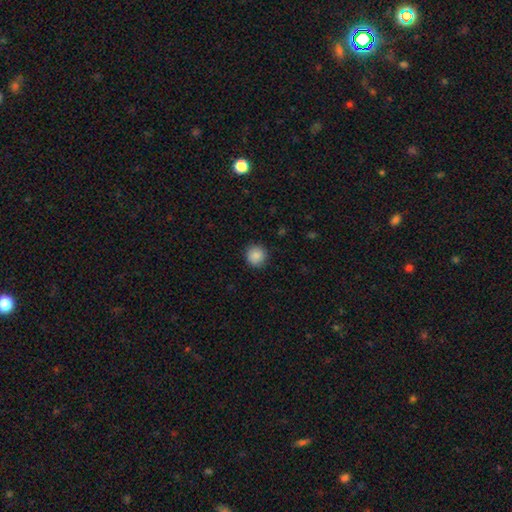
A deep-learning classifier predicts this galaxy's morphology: A smooth galaxy with no disk features (88%) that is round (93%). Merging: none (90%).